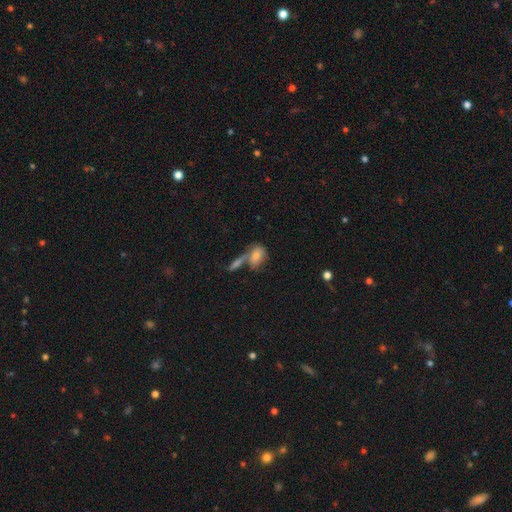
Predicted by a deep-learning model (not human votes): Overall: smooth (75%). How rounded: in between (80%). Merging: merger (47%; none 36%).